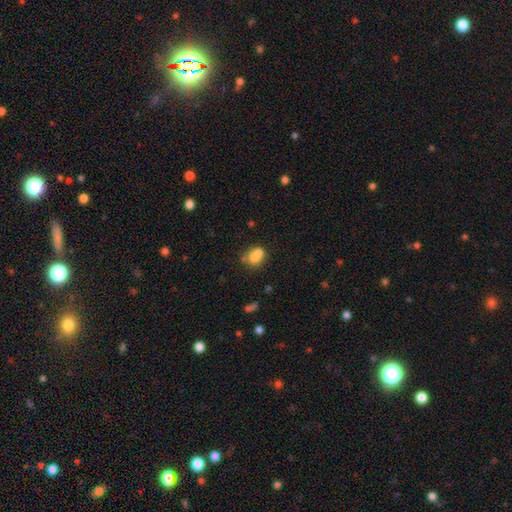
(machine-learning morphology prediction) Overall: smooth (71%). How rounded: in between (51%; round 47%). Merging: merger (47%; none 34%).